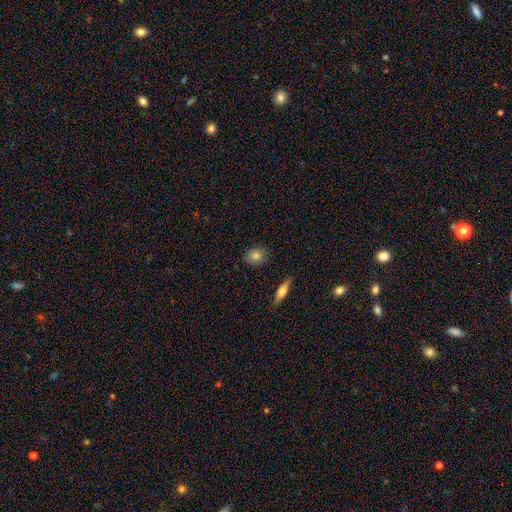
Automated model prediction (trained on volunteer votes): A smooth galaxy with no disk features (81%) that is in between round and cigar-shaped (59%).

Vote fractions:
- Smooth or featured? smooth: 81% / featured or disk: 11% / star or artifact: 8%
- How rounded? in between: 59% / round: 38% / cigar-shaped: 3%
- Merging? none: 83% / minor disturbance: 13% / major disturbance: 2% / merger: 2%